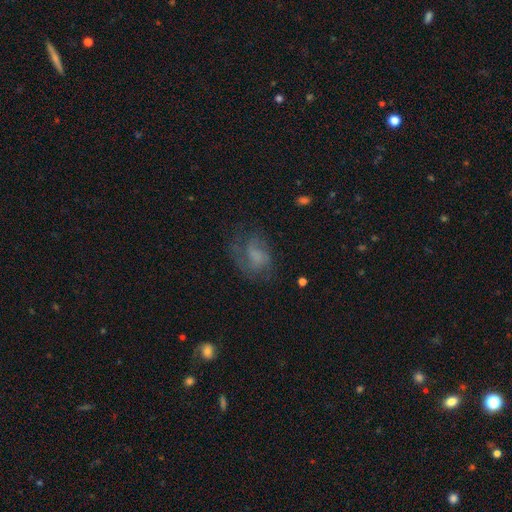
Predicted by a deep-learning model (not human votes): Morphology: type=featured or disk (46%); merging=none (48%).